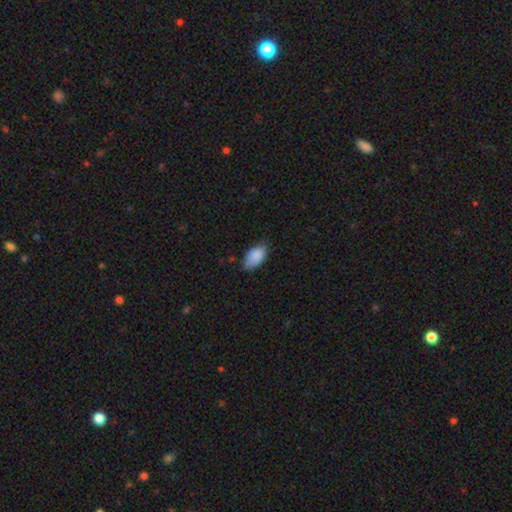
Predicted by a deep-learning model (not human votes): Overall: smooth (88%). How rounded: in between (94%). Merging: none (68%).